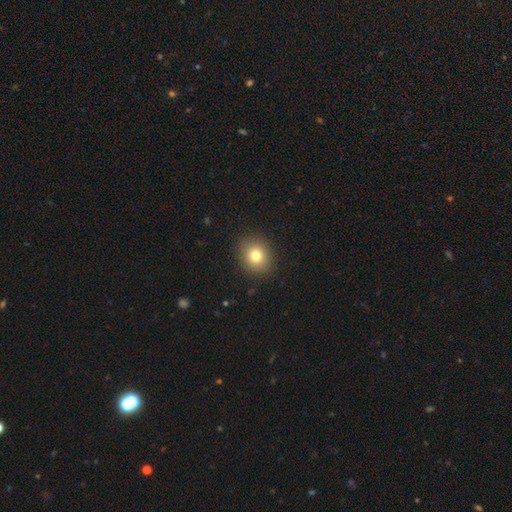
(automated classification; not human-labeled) Overall: smooth (78%). How rounded: round (74%). Merging: none (90%).